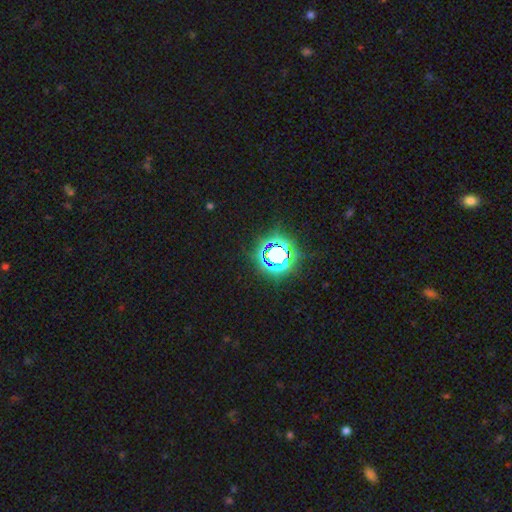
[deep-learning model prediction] Smooth or featured?
  - star or artifact: 75% *
  - smooth: 17%
  - featured or disk: 8%